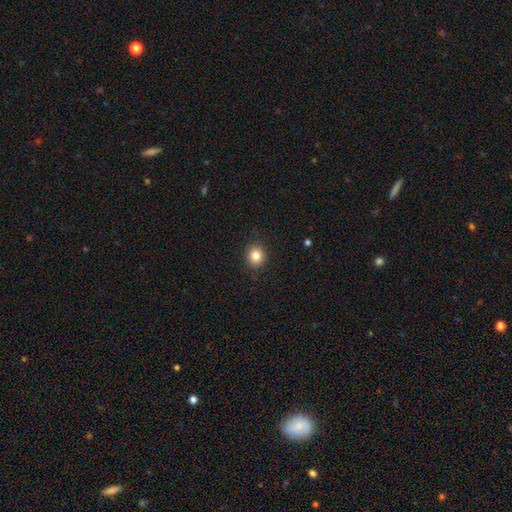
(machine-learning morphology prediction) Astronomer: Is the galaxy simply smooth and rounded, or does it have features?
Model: smooth — 84%.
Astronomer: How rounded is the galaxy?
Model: round — 84%.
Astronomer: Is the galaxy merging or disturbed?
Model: none — 90%.